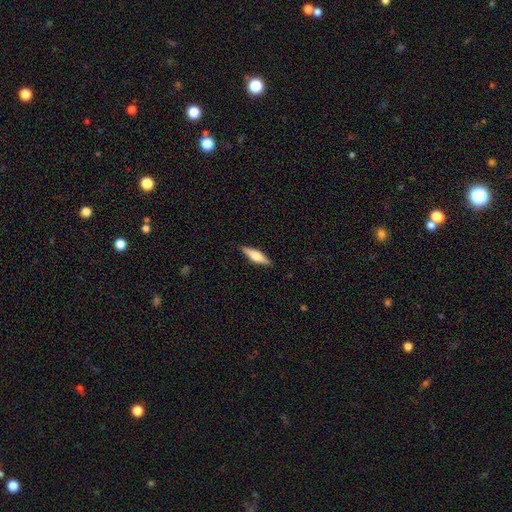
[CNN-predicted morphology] A featured or disk galaxy (47%, tied with smooth). Merging: none (89%).